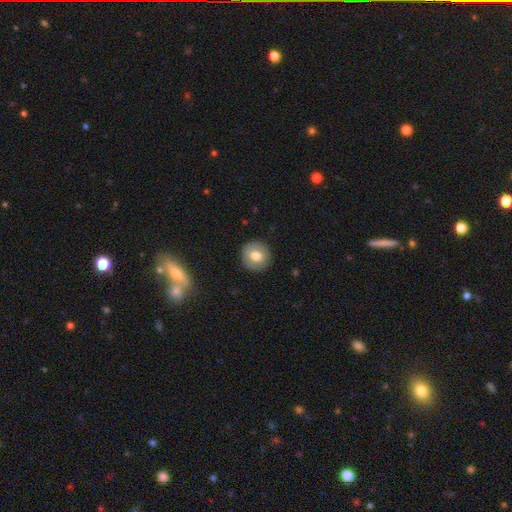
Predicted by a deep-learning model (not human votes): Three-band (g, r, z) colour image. It shows a smooth galaxy with no disk features (65%) that is round (92%). Merging: none (89%).